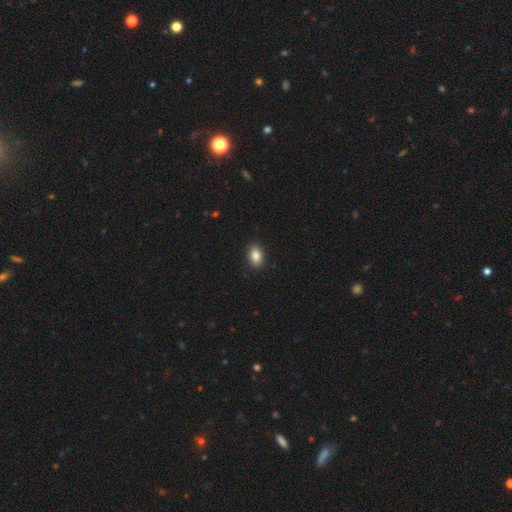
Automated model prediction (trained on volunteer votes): smooth_or_featured: smooth (p=0.87) [alt: star or artifact p=0.08]
how_rounded: in between (p=0.89) [alt: round p=0.10]
merging: none (p=0.90) [alt: minor disturbance p=0.08]